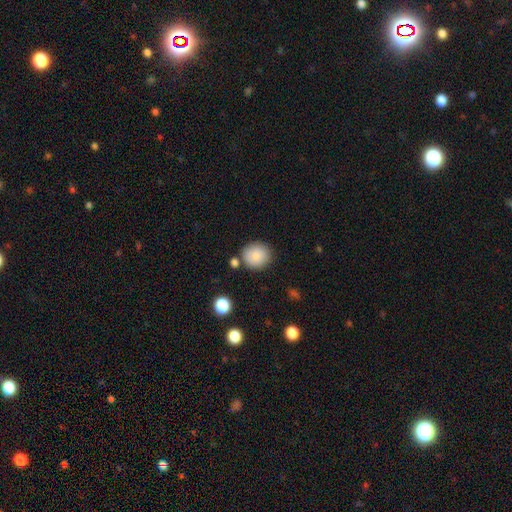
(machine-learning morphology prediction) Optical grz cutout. It shows a smooth galaxy with no disk features (86%) that is round (87%). Merging: none (80%).